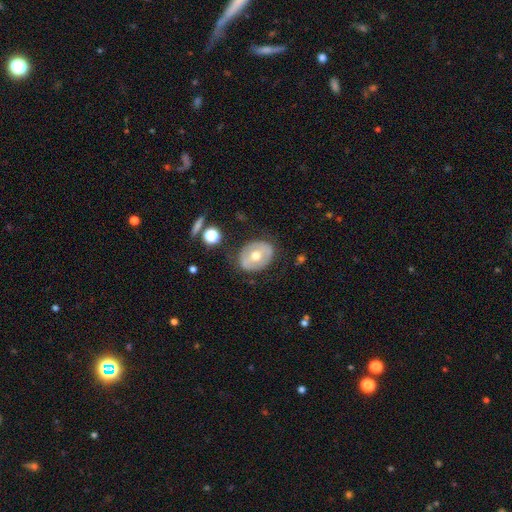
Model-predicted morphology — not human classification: Smooth or featured?
  - featured or disk: 50% *
  - smooth: 43%
  - star or artifact: 7%
Edge-on disk?
  - no: 93% *
  - yes: 7%
Merging?
  - none: 77% *
  - minor disturbance: 15%
  - major disturbance: 5%
  - merger: 2%